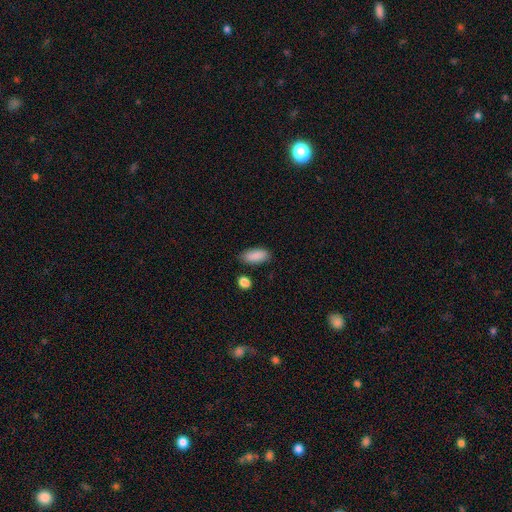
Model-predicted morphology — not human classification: Smooth or featured? Predicted: smooth (p=0.89). How rounded? Predicted: in between (p=0.86). Merging? Predicted: none (p=0.83).